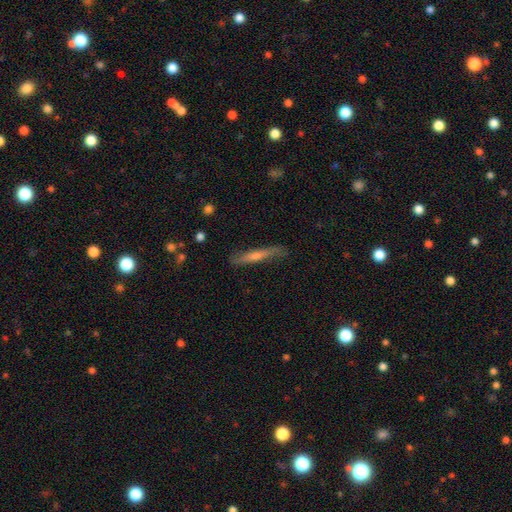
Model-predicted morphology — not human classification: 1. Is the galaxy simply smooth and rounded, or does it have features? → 48% smooth, 45% featured or disk, 7% star or artifact.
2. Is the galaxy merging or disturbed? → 79% none, 16% minor disturbance, 3% major disturbance, 2% merger.